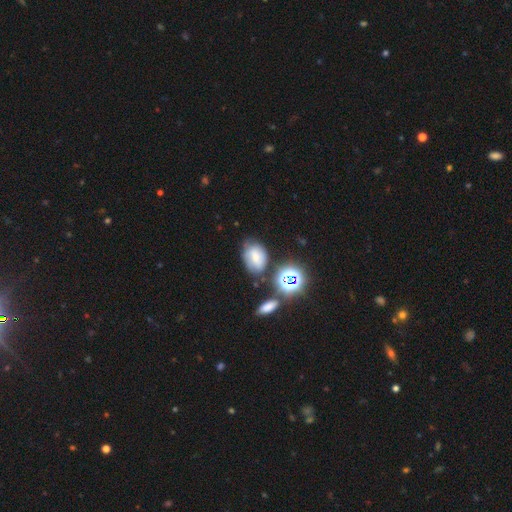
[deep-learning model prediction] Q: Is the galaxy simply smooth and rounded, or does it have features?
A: smooth — 58%.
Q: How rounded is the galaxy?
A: in between — 78%.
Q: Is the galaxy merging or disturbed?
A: none — 58%.